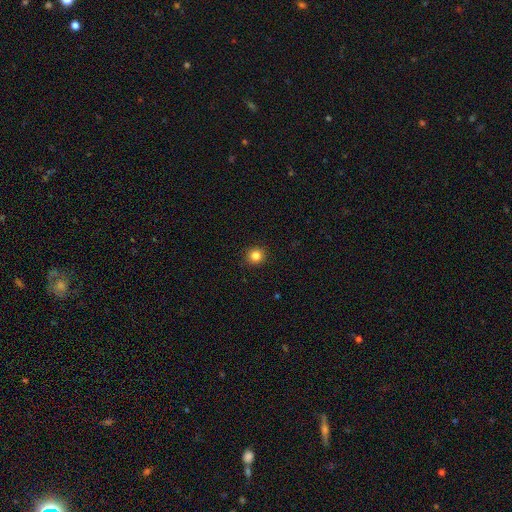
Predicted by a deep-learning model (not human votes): Smooth or featured? smooth (84%)
How rounded? round (93%)
Merging? none (92%)